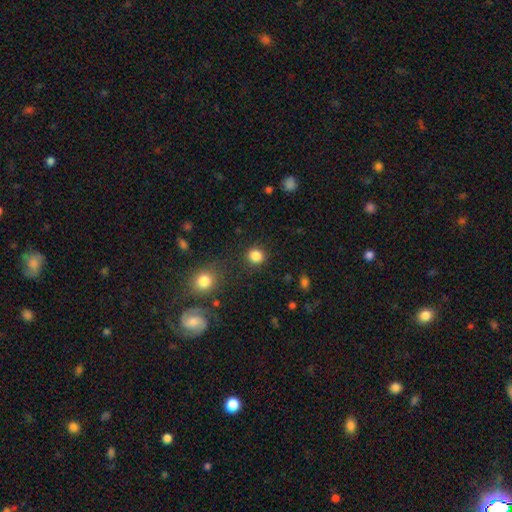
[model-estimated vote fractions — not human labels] This is clearly a smooth galaxy (85%). How rounded: clearly round (87%). Merging: clearly none (87%).